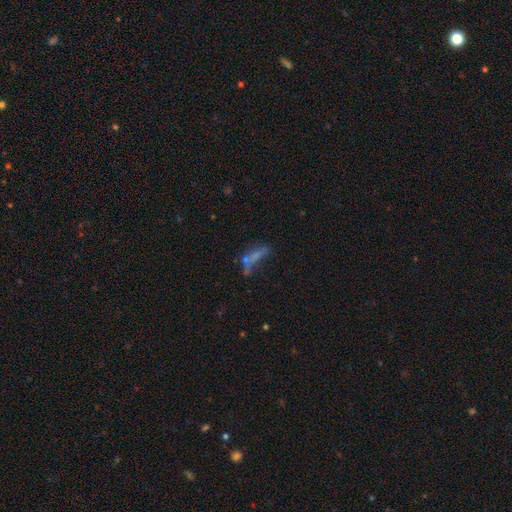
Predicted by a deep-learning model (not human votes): Smooth or featured? Predicted: smooth (p=0.44). Merging? Predicted: none (p=0.35).